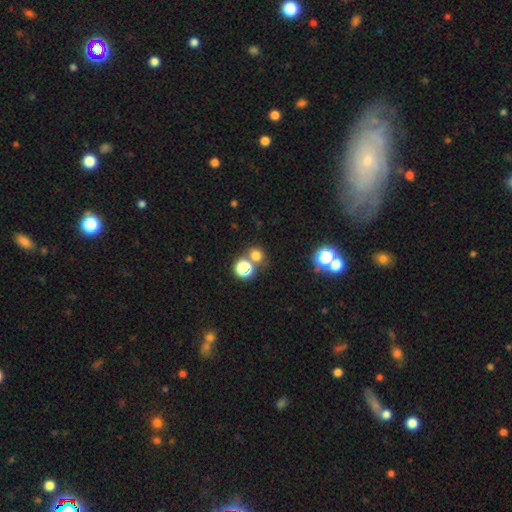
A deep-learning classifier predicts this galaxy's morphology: Smooth or featured?
  - smooth: 68% *
  - star or artifact: 25%
  - featured or disk: 7%
How rounded?
  - round: 80% *
  - in between: 19%
  - cigar-shaped: 1%
Merging?
  - none: 67% *
  - merger: 21%
  - minor disturbance: 8%
  - major disturbance: 4%